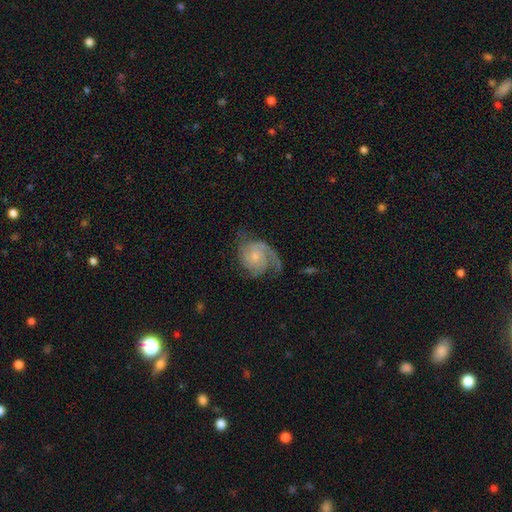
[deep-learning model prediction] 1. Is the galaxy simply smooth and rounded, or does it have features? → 82% featured or disk, 12% smooth, 6% star or artifact.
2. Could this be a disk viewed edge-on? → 98% no, 2% yes.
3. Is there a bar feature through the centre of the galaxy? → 72% no, 24% weak, 4% strong.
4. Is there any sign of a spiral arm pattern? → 96% yes, 4% no.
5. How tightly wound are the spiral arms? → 43% tight, 40% medium, 17% loose.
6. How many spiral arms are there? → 35% 2, 27% 3, 15% can't tell, 14% 1, 5% 4, 4% more than 4.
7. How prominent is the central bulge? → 64% small, 27% moderate, 6% none, 2% large, 1% dominant.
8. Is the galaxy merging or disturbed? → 56% none, 22% minor disturbance, 20% major disturbance, 2% merger.